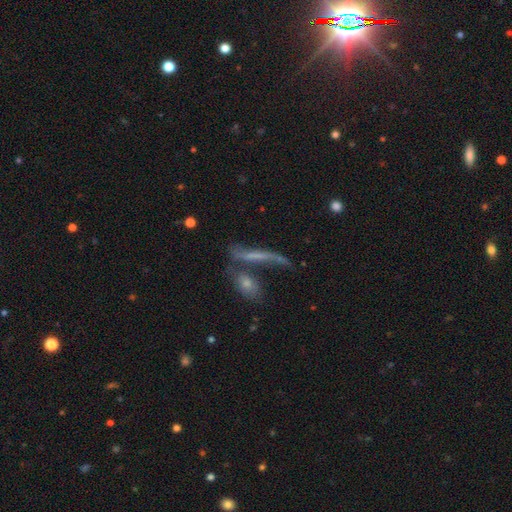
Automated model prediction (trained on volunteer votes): This appears to be a featured or disk galaxy (46%). Merging: none (40%).